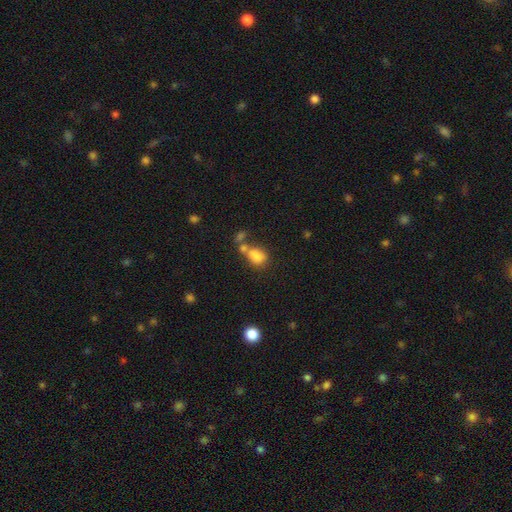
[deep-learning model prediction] Smooth or featured?
  - smooth: 77% *
  - star or artifact: 12%
  - featured or disk: 11%
How rounded?
  - in between: 65% *
  - round: 33%
  - cigar-shaped: 2%
Merging?
  - merger: 43% *
  - none: 34%
  - minor disturbance: 13%
  - major disturbance: 9%